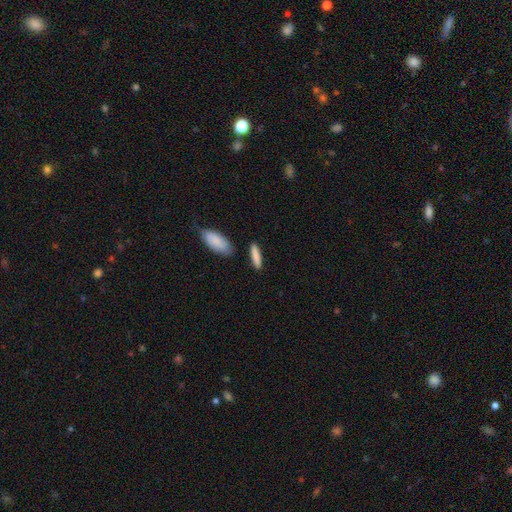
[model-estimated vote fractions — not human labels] This appears to be a smooth galaxy with no disk features (85%) that is cigar-shaped (73%). Merging: none (81%).